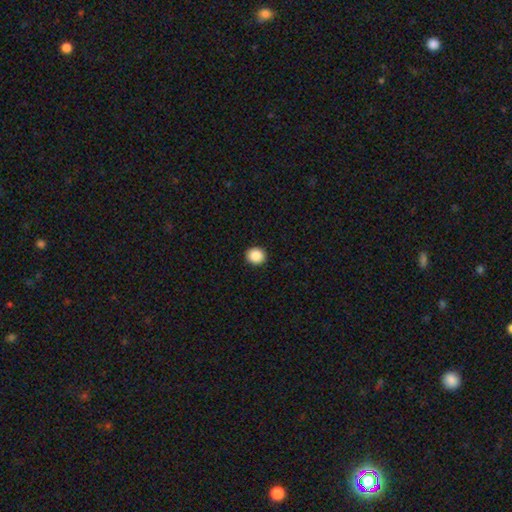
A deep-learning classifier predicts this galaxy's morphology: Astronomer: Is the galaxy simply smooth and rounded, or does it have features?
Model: smooth — 89%.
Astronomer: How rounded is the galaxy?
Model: round — 83%.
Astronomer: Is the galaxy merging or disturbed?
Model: none — 92%.